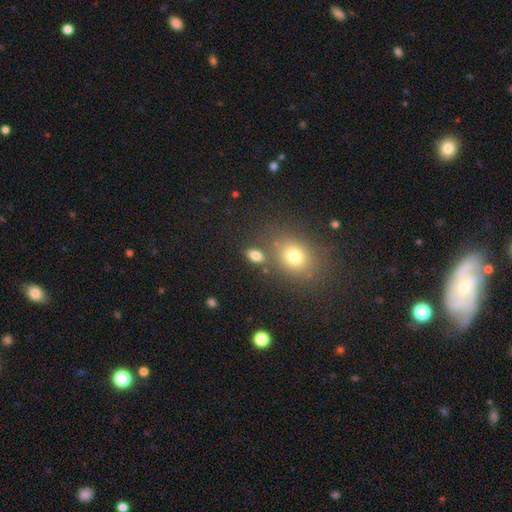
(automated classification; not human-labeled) This is likely a smooth galaxy (79%). How rounded: clearly in between (84%). Merging: likely none (73%).